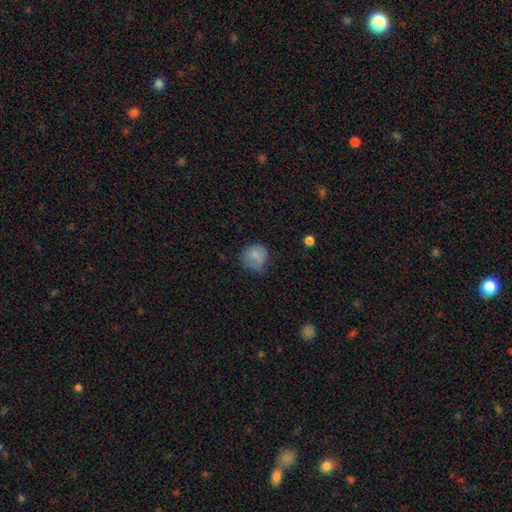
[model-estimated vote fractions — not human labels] Morphology: type=smooth (74%); roundness=round (78%); merging=none (48%).